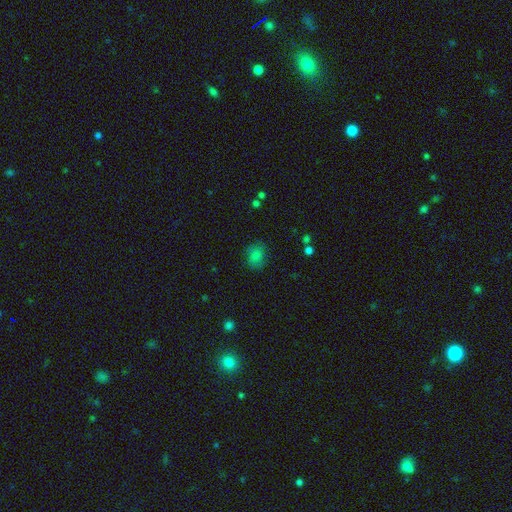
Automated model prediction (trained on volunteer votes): Overall: smooth (81%). How rounded: round (55%; in between 44%). Merging: none (79%).